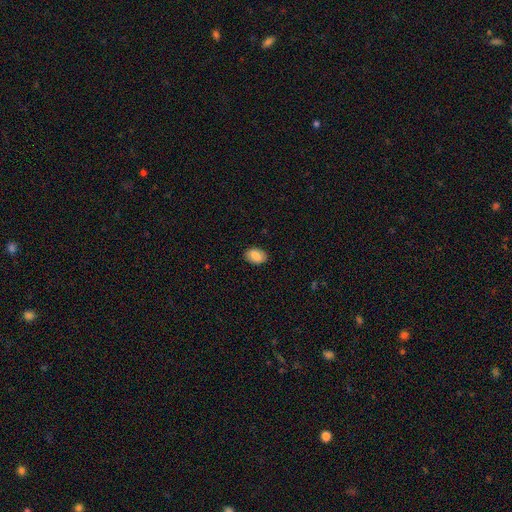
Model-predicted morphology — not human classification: smooth_or_featured: smooth (p=0.86) [alt: star or artifact p=0.07]
how_rounded: in between (p=0.84) [alt: round p=0.15]
merging: none (p=0.87) [alt: minor disturbance p=0.10]